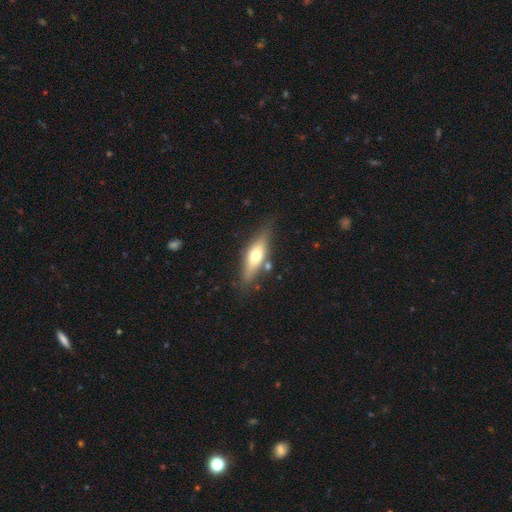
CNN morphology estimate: smooth_or_featured: smooth (p=0.51) [alt: featured or disk p=0.43]
how_rounded: cigar-shaped (p=0.48) [tied with: in between p=0.48]
merging: none (p=0.75) [alt: minor disturbance p=0.15]